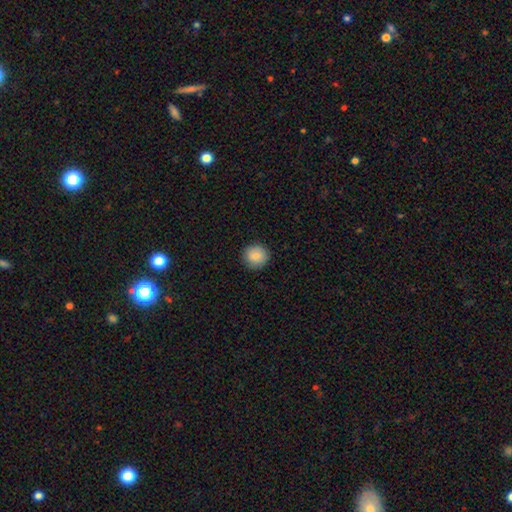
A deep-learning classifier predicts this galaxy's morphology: Q: Smooth or featured?
A: smooth (86%); runner-up: star or artifact (8%)
Q: How rounded?
A: round (93%); runner-up: in between (6%)
Q: Merging?
A: none (91%); runner-up: minor disturbance (6%)